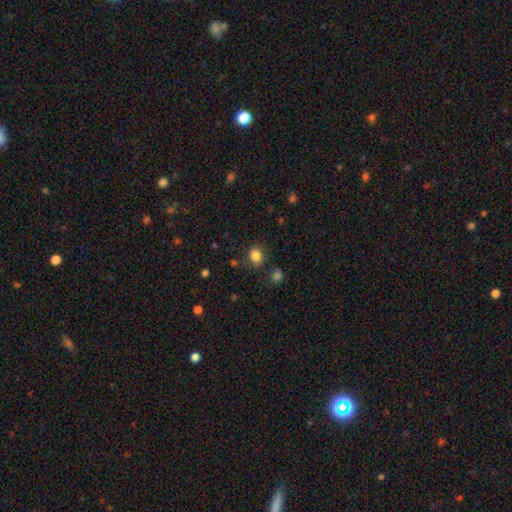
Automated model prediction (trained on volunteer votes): Smooth or featured: smooth — 84% (star or artifact — 11%)
How rounded: in between — 53% (round — 46%)
Merging: none — 77% (minor disturbance — 14%)